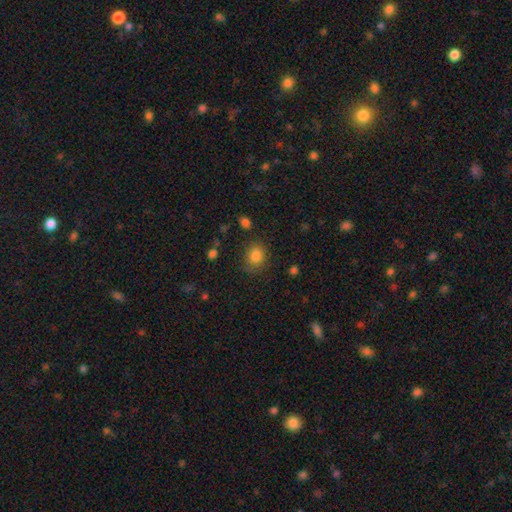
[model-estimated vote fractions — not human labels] smooth-or-featured: smooth: 84% | star or artifact: 10% | featured or disk: 6%
  how-rounded: round: 66% | in between: 33% | cigar-shaped: 1%
  merging: none: 77% | minor disturbance: 15% | major disturbance: 5% | merger: 2%